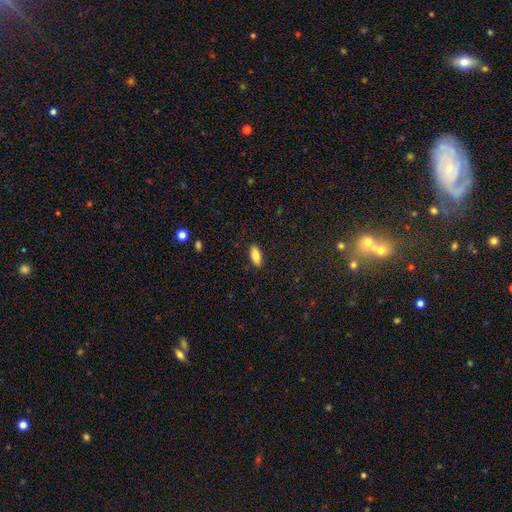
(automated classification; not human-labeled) Overall: smooth (85%). How rounded: in between (85%). Merging: none (88%).